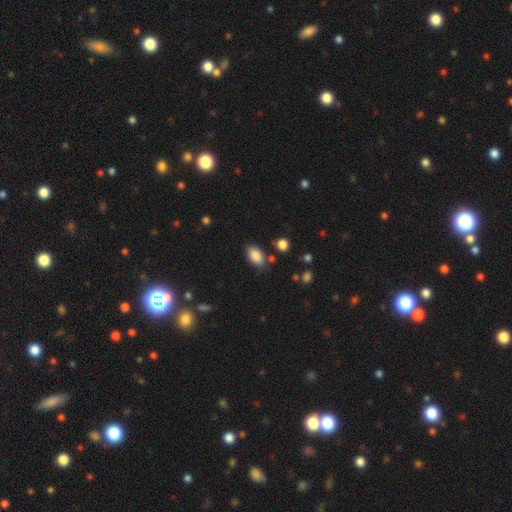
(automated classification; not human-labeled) This is clearly a smooth galaxy (87%). How rounded: clearly in between (91%). Merging: likely none (79%).